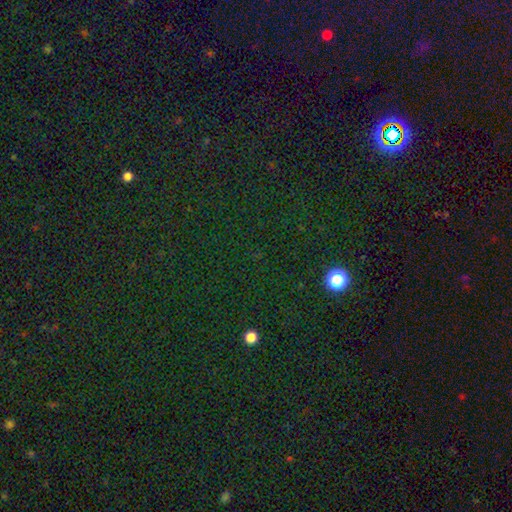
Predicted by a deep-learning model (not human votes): A star or artifact, not a galaxy (74%).